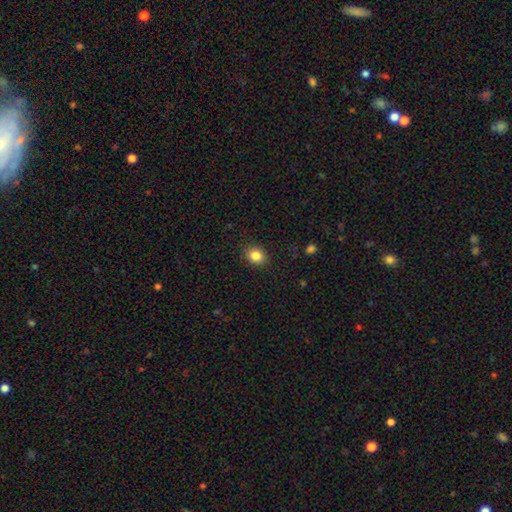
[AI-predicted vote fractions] smooth 84%, star or artifact 10%, featured or disk 5%. Down the decision tree: how rounded — round (58%); merging — none (89%).